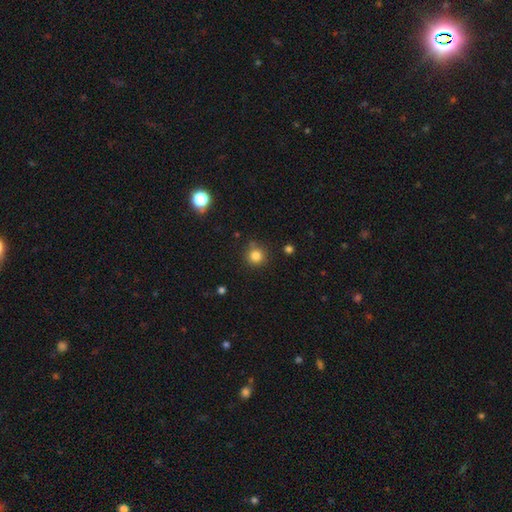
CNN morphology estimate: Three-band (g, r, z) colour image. It shows a smooth galaxy with no disk features (82%) that is round (93%). Merging: none (83%).